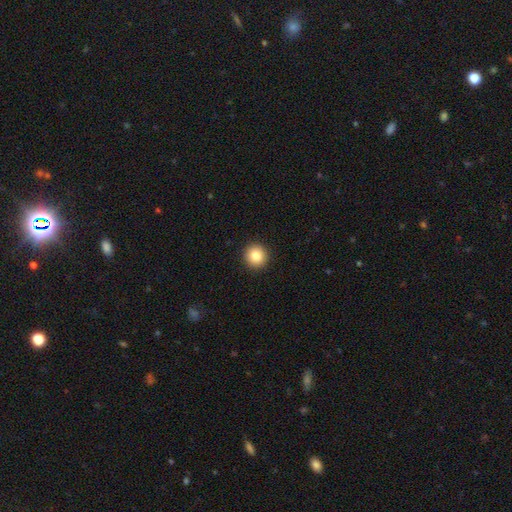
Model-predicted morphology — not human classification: The model was most divided on "smooth or featured": smooth: 85%, star or artifact: 9%, featured or disk: 6%. More confident: how rounded — round (95%); merging — none (93%).